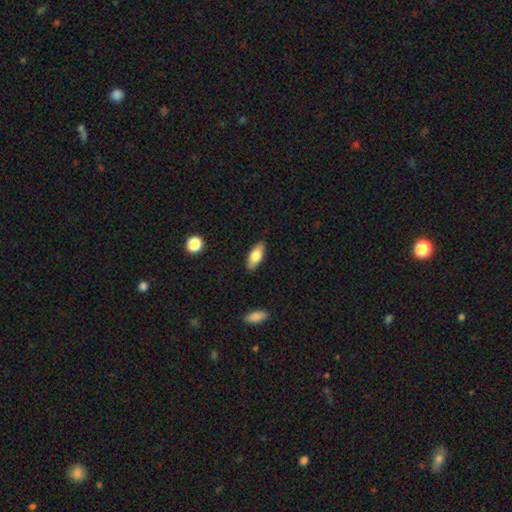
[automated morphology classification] type=smooth (77%); roundness=in between (81%); merging=none (87%).